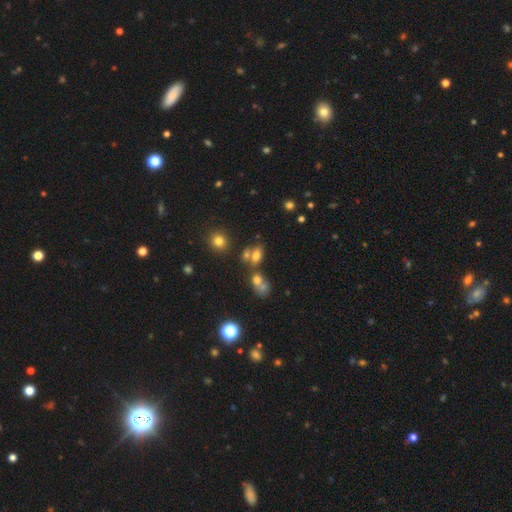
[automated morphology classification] smooth-or-featured: smooth: 69% | star or artifact: 16% | featured or disk: 15%
  how-rounded: in between: 81% | round: 16% | cigar-shaped: 4%
  merging: merger: 41% | none: 40% | minor disturbance: 12% | major disturbance: 7%